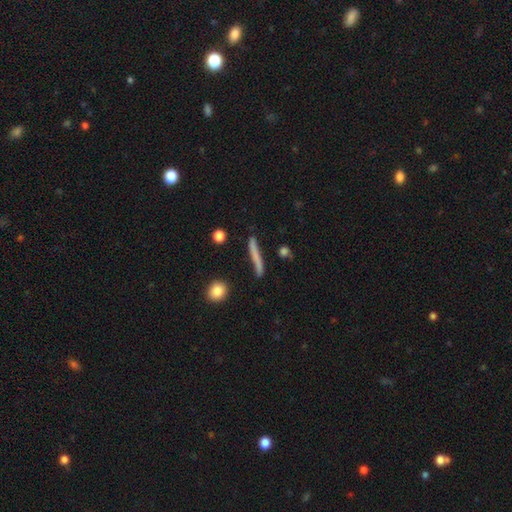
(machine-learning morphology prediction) Smooth or featured? Predicted: smooth (p=0.59). How rounded? Predicted: cigar-shaped (p=0.93). Merging? Predicted: none (p=0.82).